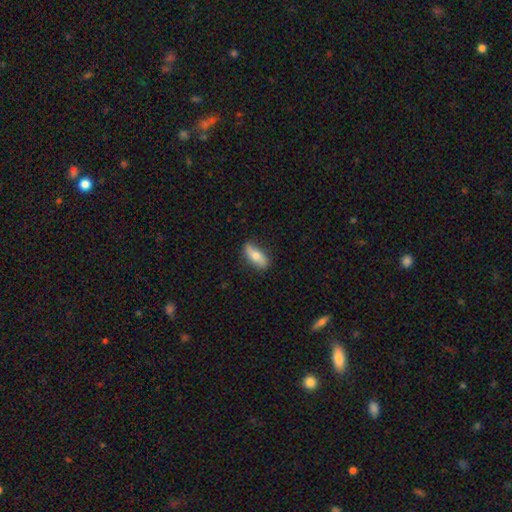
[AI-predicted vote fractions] Smooth or featured: smooth — 66% (featured or disk — 28%)
How rounded: in between — 71% (cigar-shaped — 26%)
Merging: none — 80% (minor disturbance — 16%)